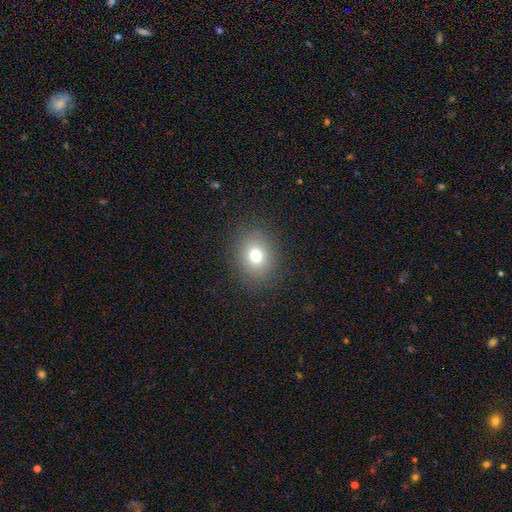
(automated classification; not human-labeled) Morphology: type=smooth (74%); roundness=round (59%); merging=none (87%).